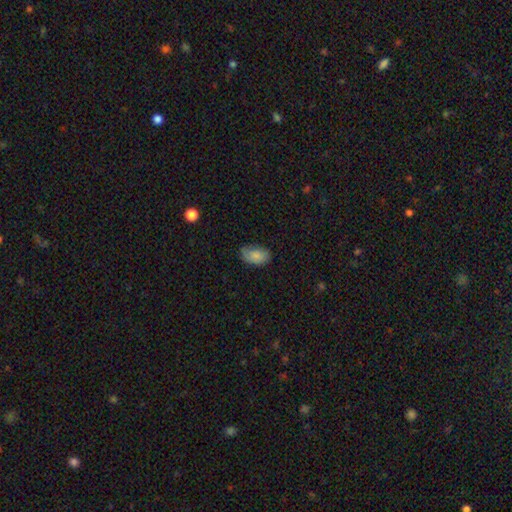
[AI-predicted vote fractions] Q: Smooth or featured?
A: smooth (80%); runner-up: featured or disk (13%)
Q: How rounded?
A: in between (93%); runner-up: round (5%)
Q: Merging?
A: none (61%); runner-up: minor disturbance (30%)